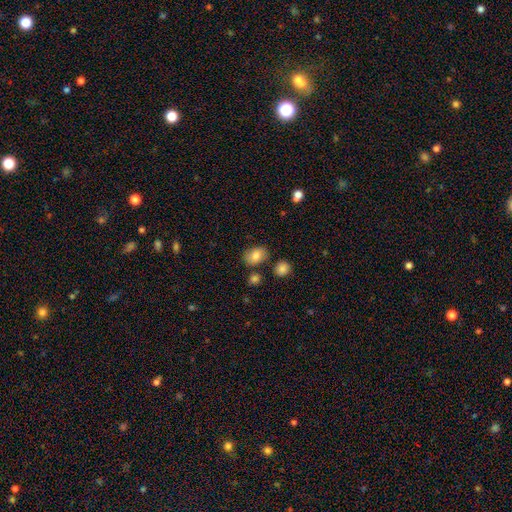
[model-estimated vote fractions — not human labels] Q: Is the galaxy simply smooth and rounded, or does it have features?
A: smooth — 81%.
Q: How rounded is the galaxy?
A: in between — 70%.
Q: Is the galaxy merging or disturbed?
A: none — 76%.